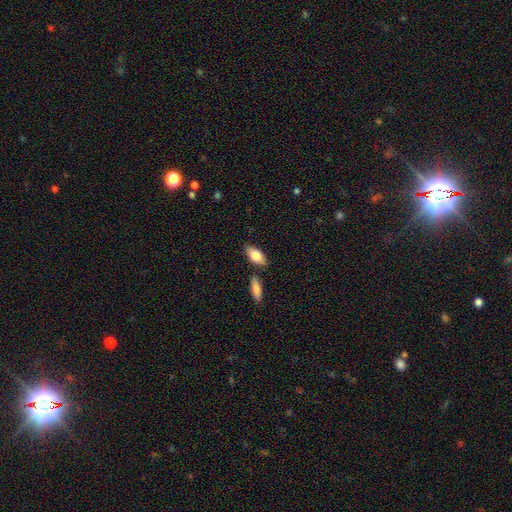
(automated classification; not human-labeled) Smooth or featured? smooth (82%)
How rounded? in between (90%)
Merging? none (79%)